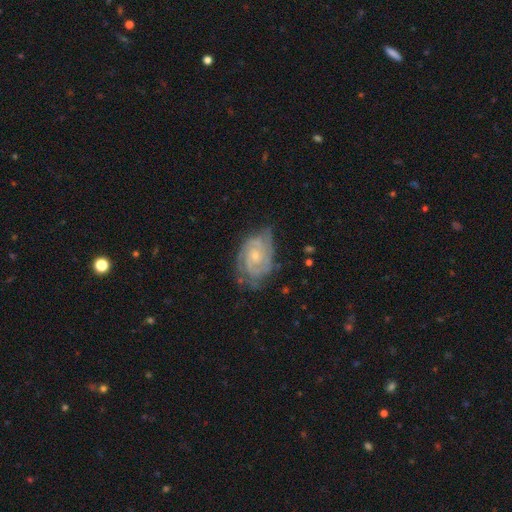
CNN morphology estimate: The model was most divided on "bulge size": small: 61%, moderate: 34%, none: 3%, large: 1%, dominant: 1%. More confident: edge-on disk — no (97%); spiral arms — yes (96%); smooth or featured — featured or disk (85%); bar — no (67%); spiral winding — tight (64%); merging — none (63%); spiral arm count — 2 (50%).